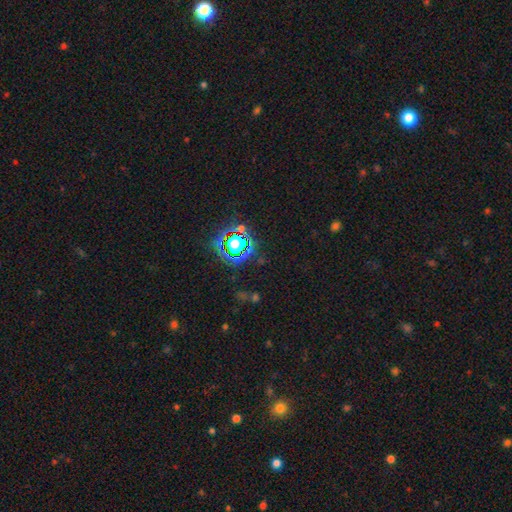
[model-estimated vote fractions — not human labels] Overall: star or artifact (78%).